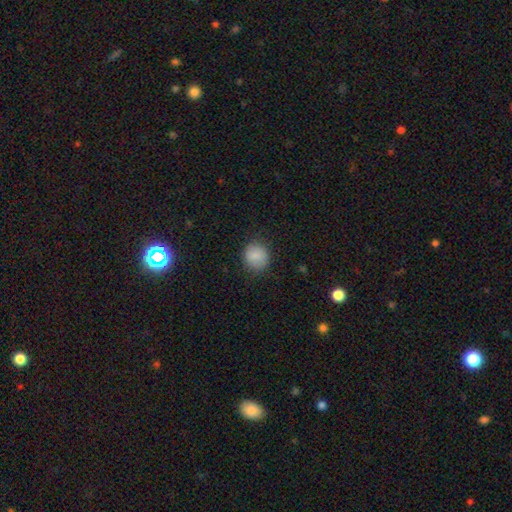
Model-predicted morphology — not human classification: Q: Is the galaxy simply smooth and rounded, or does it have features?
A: smooth — 87%.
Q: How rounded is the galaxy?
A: round — 85%.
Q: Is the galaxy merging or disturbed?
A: none — 83%.